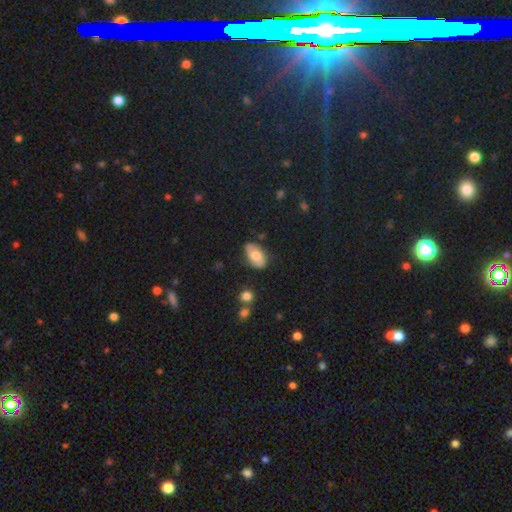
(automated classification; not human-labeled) Overall: smooth (58%; featured or disk 35%). How rounded: in between (91%). Merging: none (73%).